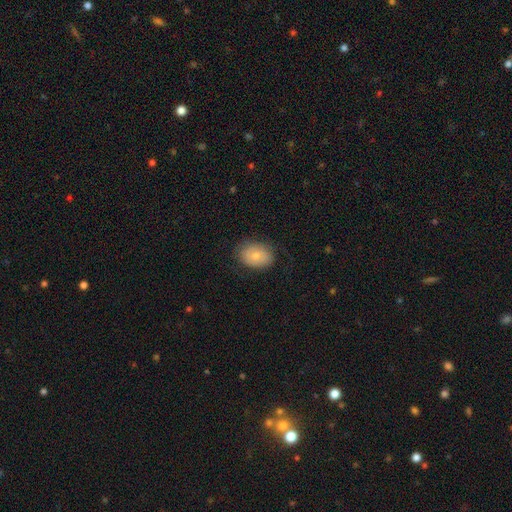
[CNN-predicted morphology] smooth-or-featured: smooth: 75% | featured or disk: 18% | star or artifact: 7%
  how-rounded: in between: 76% | round: 23% | cigar-shaped: 1%
  merging: none: 79% | minor disturbance: 16% | major disturbance: 4% | merger: 1%